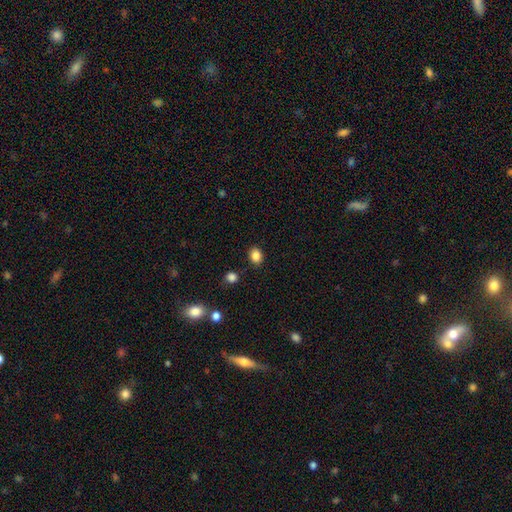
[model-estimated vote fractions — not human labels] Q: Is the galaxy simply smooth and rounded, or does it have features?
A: smooth — 86%.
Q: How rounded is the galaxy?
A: in between — 56%.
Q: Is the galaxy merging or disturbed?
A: none — 84%.